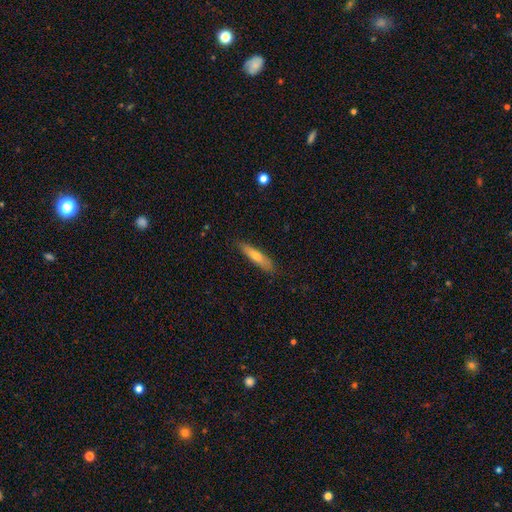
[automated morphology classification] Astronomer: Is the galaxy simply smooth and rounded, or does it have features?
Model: smooth — 62%.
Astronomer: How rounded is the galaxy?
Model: cigar-shaped — 84%.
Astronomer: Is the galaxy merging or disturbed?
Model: none — 86%.